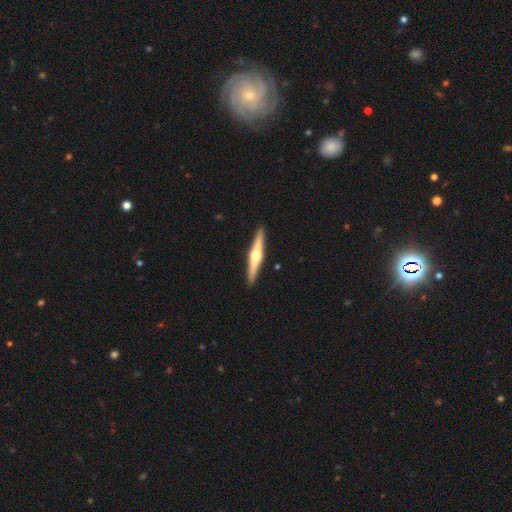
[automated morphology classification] smooth_or_featured: featured or disk (p=0.74) [alt: smooth p=0.22]
disk_edge_on: yes (p=0.98) [alt: no p=0.02]
edge_on_bulge: rounded (p=0.94) [alt: boxy p=0.03]
merging: none (p=0.92) [alt: minor disturbance p=0.05]